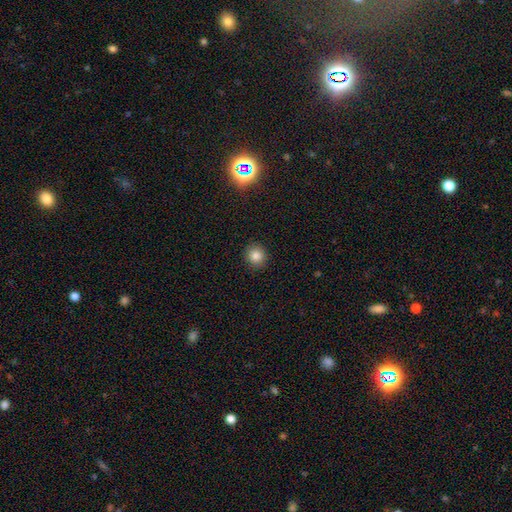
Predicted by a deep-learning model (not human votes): Smooth or featured?
  - smooth: 83% *
  - star or artifact: 12%
  - featured or disk: 5%
How rounded?
  - round: 88% *
  - in between: 11%
  - cigar-shaped: 1%
Merging?
  - none: 91% *
  - minor disturbance: 6%
  - major disturbance: 2%
  - merger: 1%